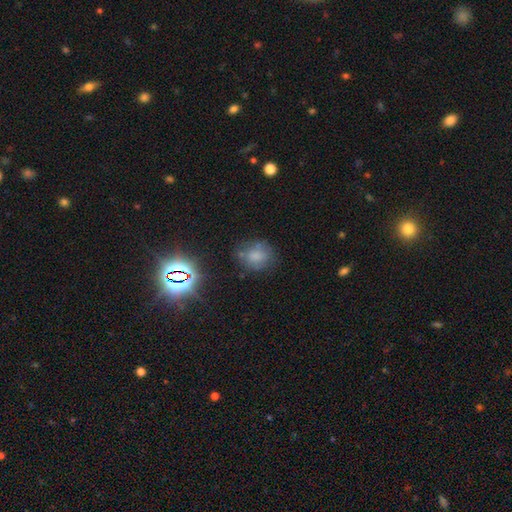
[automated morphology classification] type=smooth (65%); roundness=round (61%); merging=none (62%).